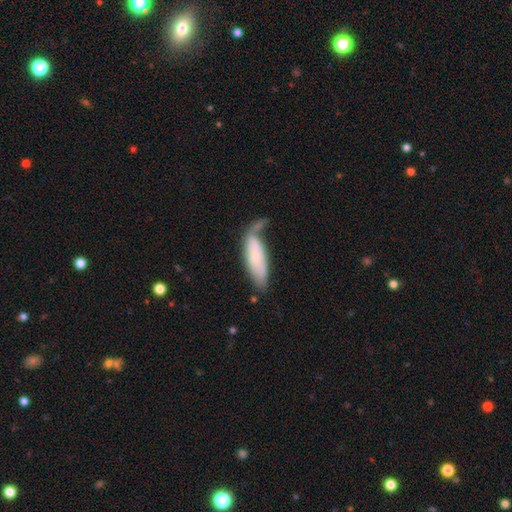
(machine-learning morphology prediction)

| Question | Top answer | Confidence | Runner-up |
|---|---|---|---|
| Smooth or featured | smooth | 68% | featured or disk (26%) |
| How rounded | in between | 59% | cigar-shaped (39%) |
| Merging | none | 35% | minor disturbance (30%) |